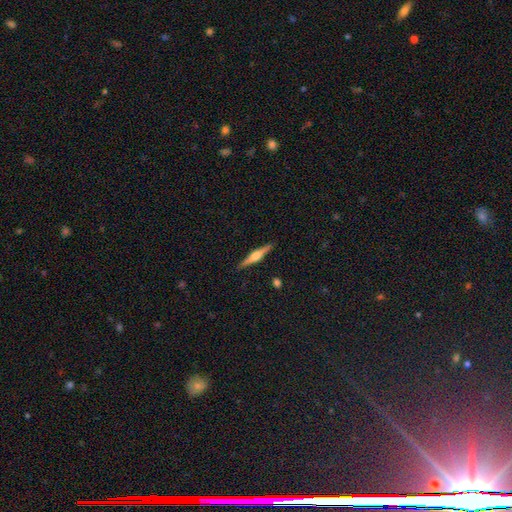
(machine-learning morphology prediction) This is likely a featured or disk galaxy (75%). It is clearly viewed edge-on (98%). Edge-on bulge: clearly rounded (92%). Merging: clearly none (90%).